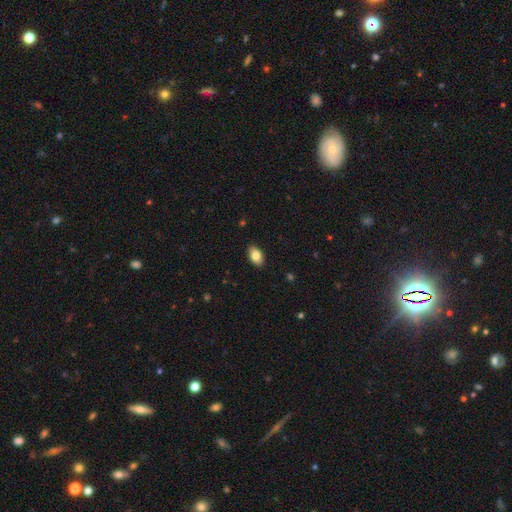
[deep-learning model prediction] Smooth or featured: smooth — 82% (featured or disk — 10%)
How rounded: in between — 91% (round — 8%)
Merging: none — 89% (minor disturbance — 8%)